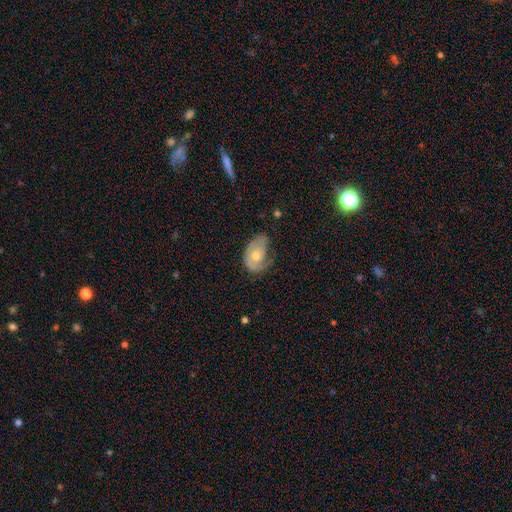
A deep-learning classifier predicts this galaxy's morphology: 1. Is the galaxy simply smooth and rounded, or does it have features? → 61% featured or disk, 32% smooth, 7% star or artifact.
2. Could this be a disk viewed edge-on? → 95% no, 5% yes.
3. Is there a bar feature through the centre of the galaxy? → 80% no, 16% weak, 3% strong.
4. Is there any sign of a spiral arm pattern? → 74% yes, 26% no.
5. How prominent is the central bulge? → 57% moderate, 39% small, 3% large, 1% none, 1% dominant.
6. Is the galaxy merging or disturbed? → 42% none, 33% minor disturbance, 23% major disturbance, 2% merger.